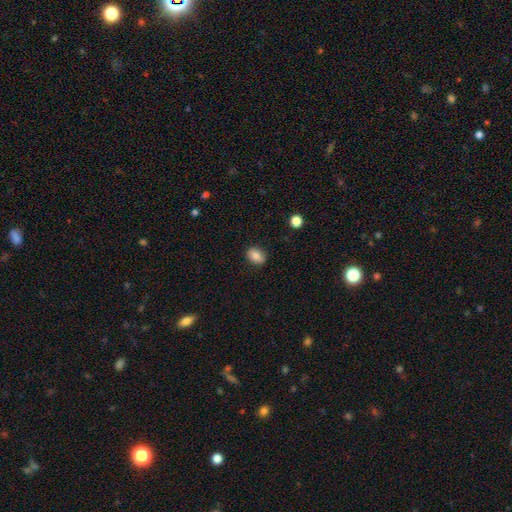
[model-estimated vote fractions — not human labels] smooth 82%, star or artifact 9%, featured or disk 9%. Down the decision tree: how rounded — in between (59%); merging — none (88%).